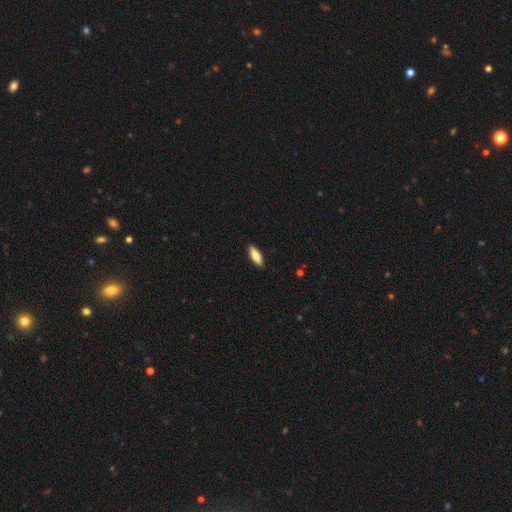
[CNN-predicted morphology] smooth-or-featured: smooth: 85% | featured or disk: 9% | star or artifact: 6%
  how-rounded: in between: 62% | cigar-shaped: 36% | round: 2%
  merging: none: 89% | minor disturbance: 8% | major disturbance: 2% | merger: 1%